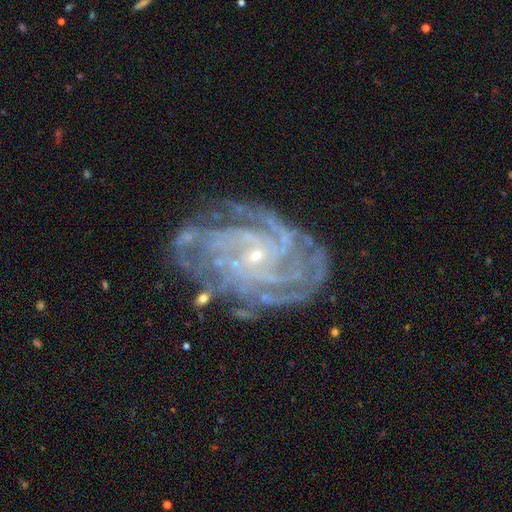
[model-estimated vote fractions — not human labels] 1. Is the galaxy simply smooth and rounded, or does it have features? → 90% featured or disk, 6% star or artifact, 4% smooth.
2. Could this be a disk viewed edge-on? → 97% no, 3% yes.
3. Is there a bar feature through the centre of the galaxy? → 64% no, 26% weak, 9% strong.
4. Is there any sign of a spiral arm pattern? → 98% yes, 2% no.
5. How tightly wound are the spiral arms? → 72% tight, 24% medium, 4% loose.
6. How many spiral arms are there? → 27% 4, 24% more than 4, 19% can't tell, 13% 3, 9% 2, 8% 1.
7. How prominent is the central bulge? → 86% small, 10% moderate, 2% none, 1% large, 1% dominant.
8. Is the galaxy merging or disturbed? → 74% none, 17% minor disturbance, 7% major disturbance, 2% merger.